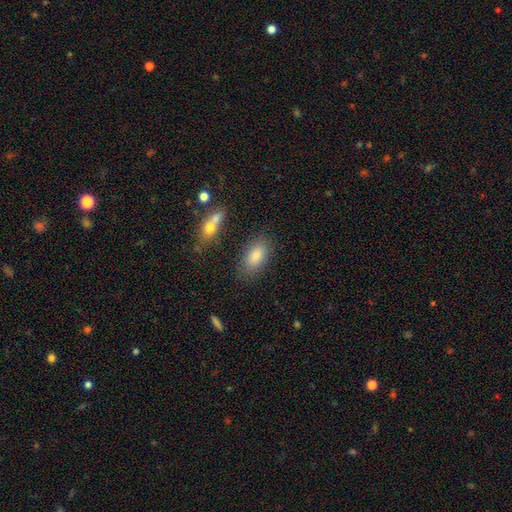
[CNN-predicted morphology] Overall: smooth (85%). How rounded: in between (91%). Merging: none (79%).